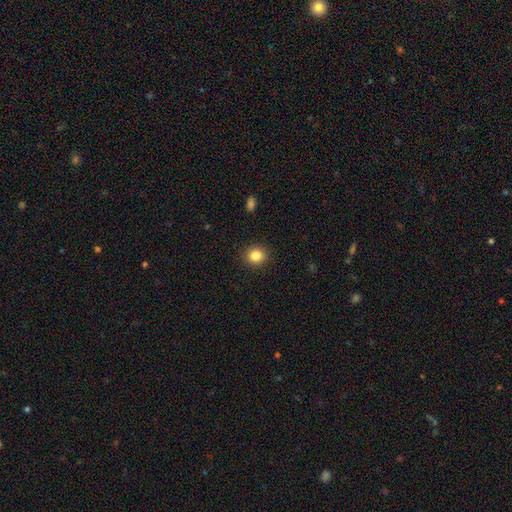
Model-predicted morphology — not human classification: type=smooth (85%); roundness=round (80%); merging=none (90%).